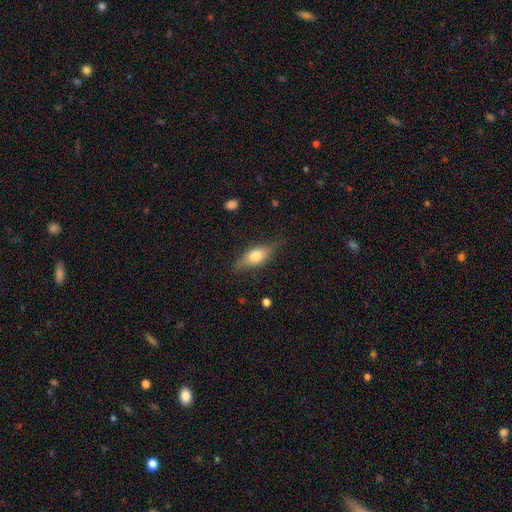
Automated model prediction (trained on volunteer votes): This is possibly a smooth galaxy (59%). How rounded: likely in between (68%). Merging: likely none (76%).